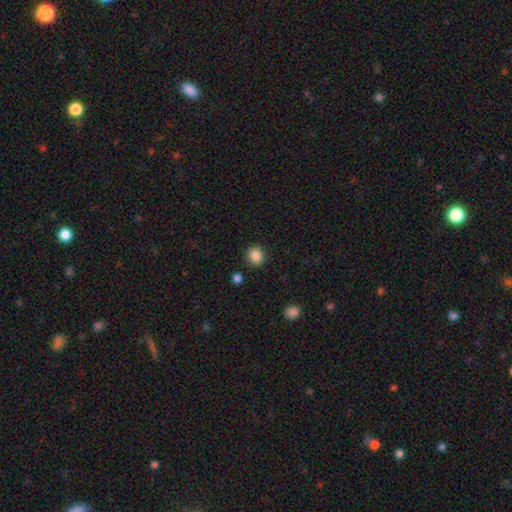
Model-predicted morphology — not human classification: Smooth or featured? Predicted: smooth (p=0.86). How rounded? Predicted: round (p=0.81). Merging? Predicted: none (p=0.89).